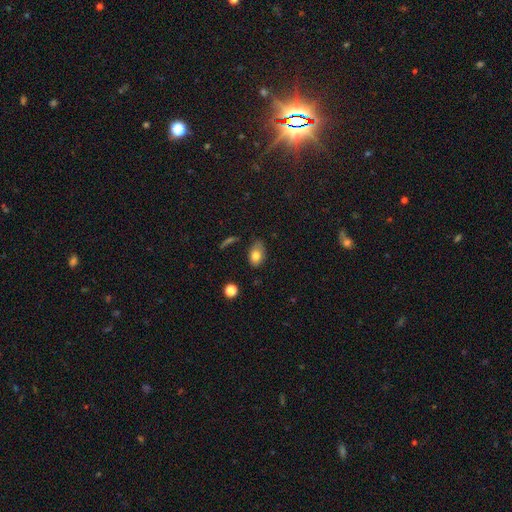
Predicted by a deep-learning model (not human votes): Smooth or featured? Predicted: smooth (p=0.77). How rounded? Predicted: in between (p=0.84). Merging? Predicted: none (p=0.64).